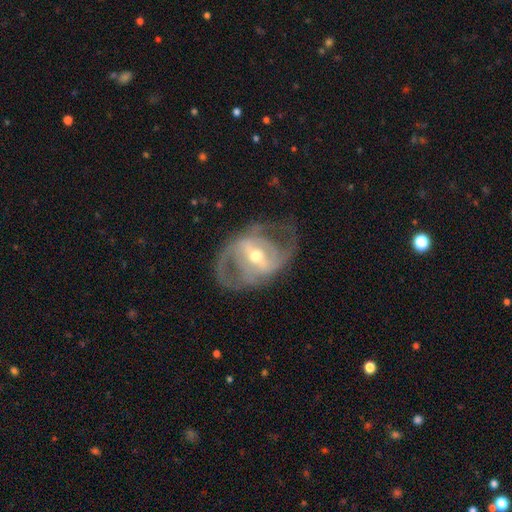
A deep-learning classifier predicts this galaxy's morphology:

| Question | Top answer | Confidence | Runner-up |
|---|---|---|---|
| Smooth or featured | featured or disk | 85% | smooth (9%) |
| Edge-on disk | no | 95% | yes (5%) |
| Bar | strong | 51% | weak (35%) |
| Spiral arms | yes | 83% | no (17%) |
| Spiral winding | medium | 49% | tight (27%) |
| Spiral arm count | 2 | 73% | can't tell (14%) |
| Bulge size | moderate | 60% | small (34%) |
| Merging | none | 63% | major disturbance (18%) |